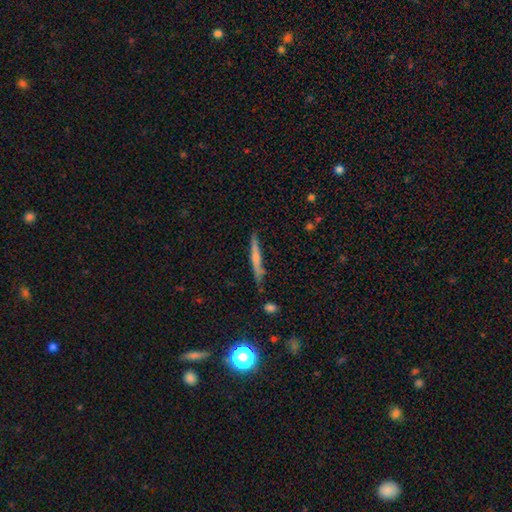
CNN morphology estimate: Smooth or featured? Predicted: featured or disk (p=0.51). Edge-on disk? Predicted: yes (p=0.96). Merging? Predicted: none (p=0.86).